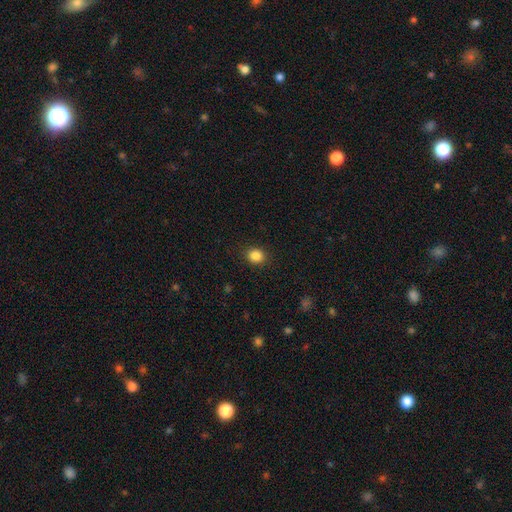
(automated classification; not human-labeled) Morphology: type=smooth (86%); roundness=round (77%); merging=none (90%).